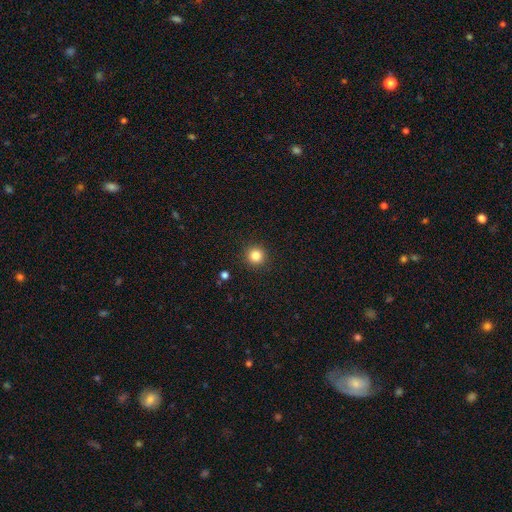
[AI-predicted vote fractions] Overall: smooth (84%). How rounded: round (95%). Merging: none (92%).